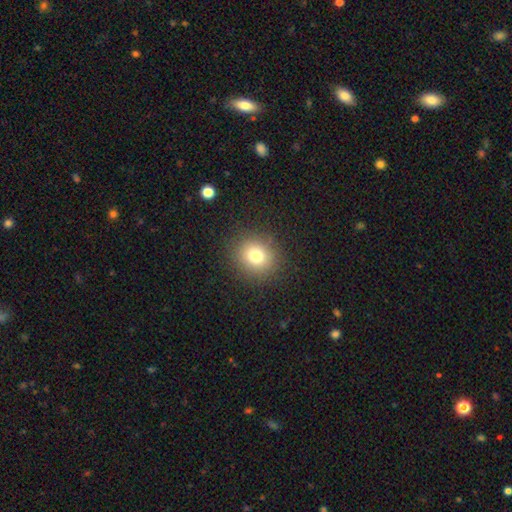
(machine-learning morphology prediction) type=smooth (77%); roundness=round (81%); merging=none (88%).